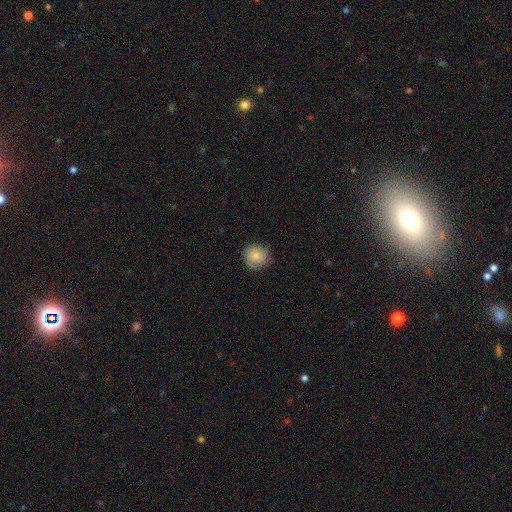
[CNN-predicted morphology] The model was most divided on "smooth or featured": smooth: 75%, featured or disk: 18%, star or artifact: 7%. More confident: how rounded — round (90%); merging — none (77%).